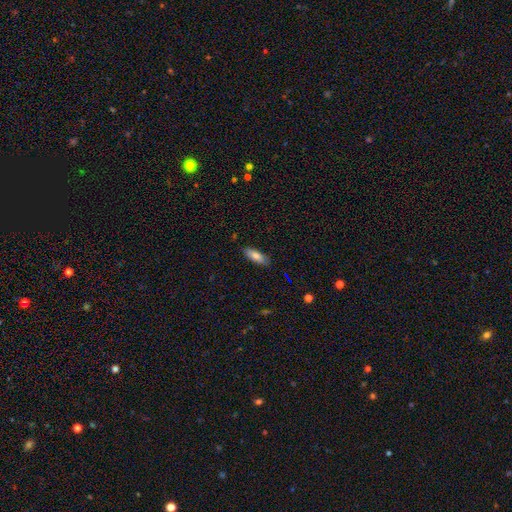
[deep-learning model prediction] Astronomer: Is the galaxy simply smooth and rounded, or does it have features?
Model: smooth — 77%.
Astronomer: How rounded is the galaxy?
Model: in between — 61% (runner-up: cigar-shaped, 38%).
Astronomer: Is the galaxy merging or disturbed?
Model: none — 86%.